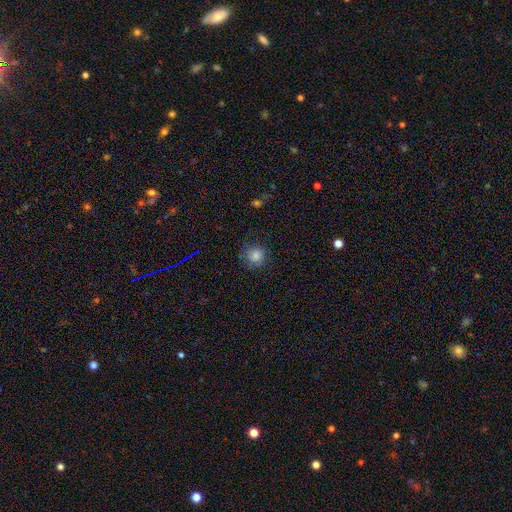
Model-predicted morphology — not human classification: A smooth galaxy with no disk features (82%) that is round (89%).

Vote fractions:
- Smooth or featured? smooth: 82% / star or artifact: 12% / featured or disk: 7%
- How rounded? round: 89% / in between: 10% / cigar-shaped: 1%
- Merging? none: 77% / minor disturbance: 16% / major disturbance: 6% / merger: 1%